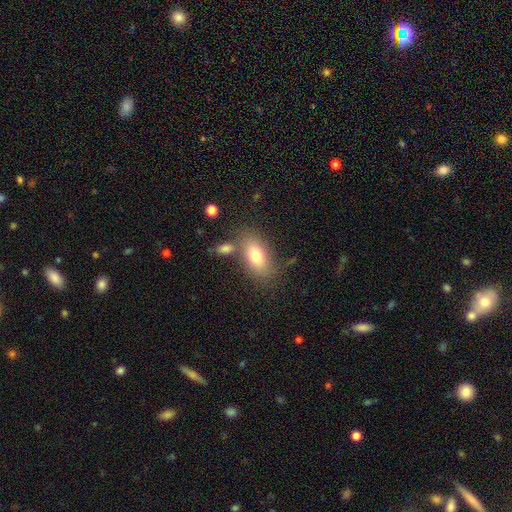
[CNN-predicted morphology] A smooth galaxy with no disk features (77%) that is in between round and cigar-shaped (88%).

Vote fractions:
- Smooth or featured? smooth: 77% / featured or disk: 15% / star or artifact: 8%
- How rounded? in between: 88% / round: 6% / cigar-shaped: 6%
- Merging? none: 67% / minor disturbance: 14% / merger: 14% / major disturbance: 5%